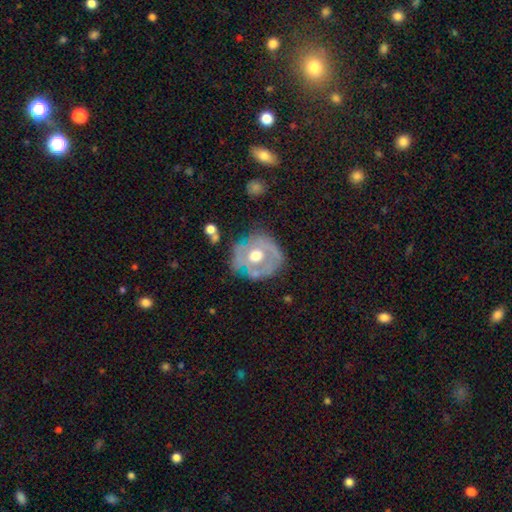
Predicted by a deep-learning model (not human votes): Smooth or featured? featured or disk (66%)
Edge-on disk? no (96%)
Bar? no (83%)
Spiral arms? no (62%)
Bulge size? moderate (73%)
Merging? none (63%)